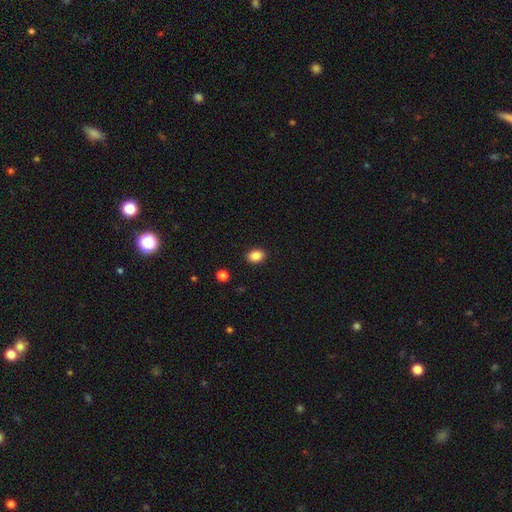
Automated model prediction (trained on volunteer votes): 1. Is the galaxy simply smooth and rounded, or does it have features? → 86% smooth, 10% star or artifact, 5% featured or disk.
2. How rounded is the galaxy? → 66% in between, 33% round, 1% cigar-shaped.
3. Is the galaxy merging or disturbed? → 90% none, 7% minor disturbance, 2% major disturbance, 1% merger.